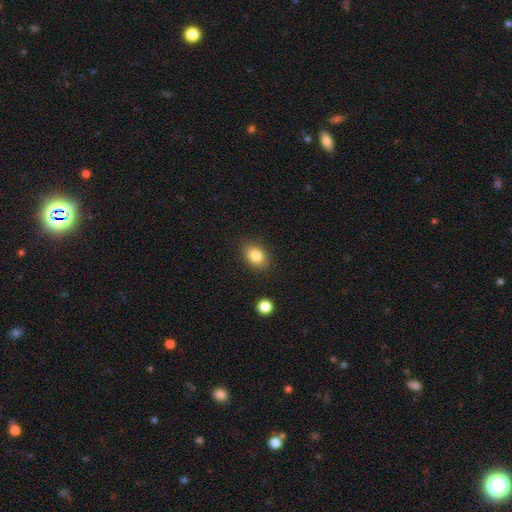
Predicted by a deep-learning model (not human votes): This appears to be a smooth galaxy with no disk features (83%) that is in between round and cigar-shaped (73%). Merging: none (85%).